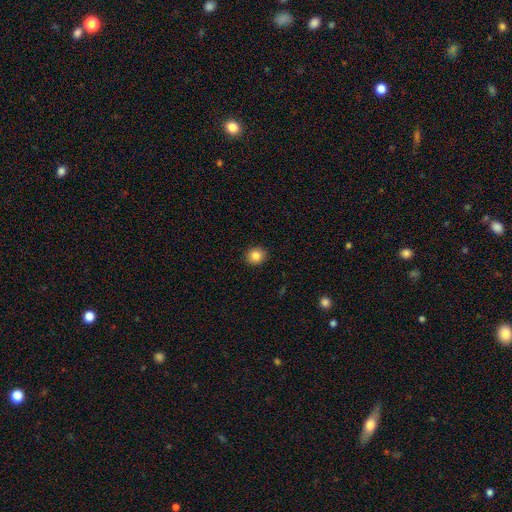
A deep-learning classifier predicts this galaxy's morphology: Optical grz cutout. It shows a smooth galaxy with no disk features (84%) that is round (82%). Merging: none (92%).